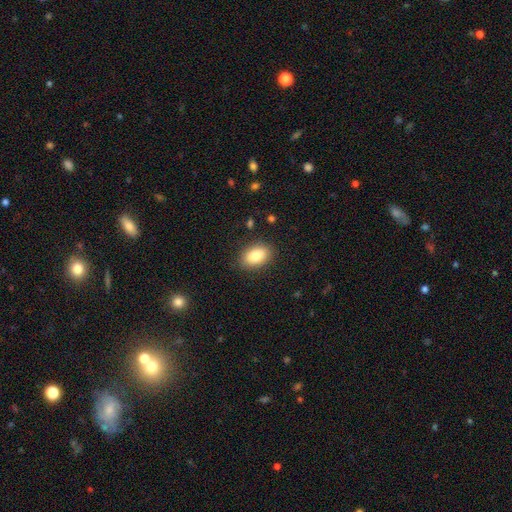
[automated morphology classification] Overall: smooth (86%). How rounded: in between (89%). Merging: none (87%).